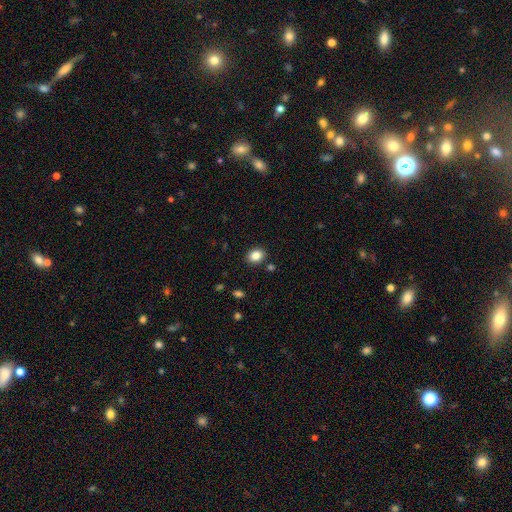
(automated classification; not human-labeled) The model was most divided on "how rounded": round: 52%, in between: 47%, cigar-shaped: 1%. More confident: merging — none (88%); smooth or featured — smooth (85%).